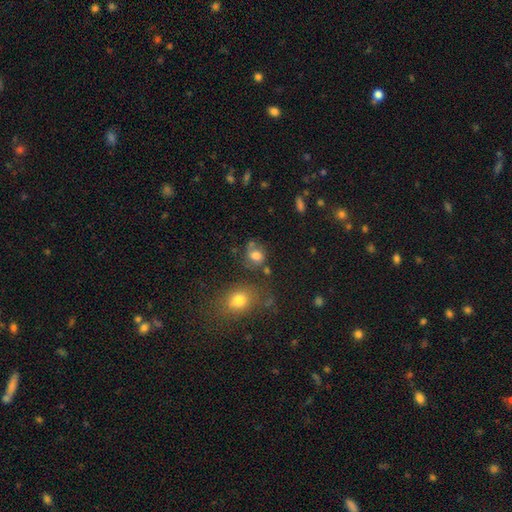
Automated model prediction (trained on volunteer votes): smooth_or_featured: smooth (p=0.71) [alt: featured or disk p=0.15]
how_rounded: round (p=0.63) [alt: in between p=0.36]
merging: none (p=0.56) [alt: minor disturbance p=0.20]